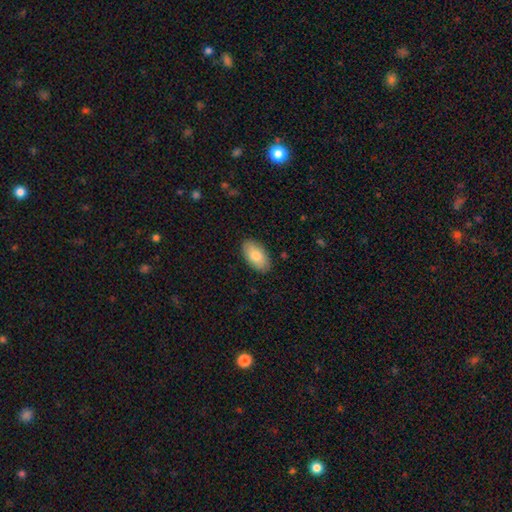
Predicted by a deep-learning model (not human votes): Smooth or featured? smooth (81%)
How rounded? in between (95%)
Merging? none (87%)